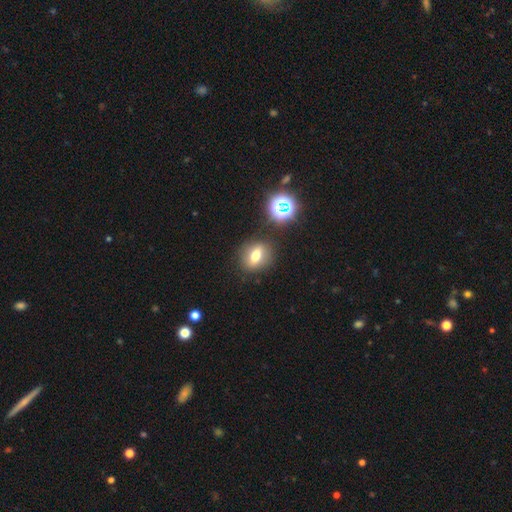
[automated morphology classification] Smooth or featured?
  - smooth: 62% *
  - featured or disk: 21%
  - star or artifact: 16%
How rounded?
  - in between: 51% *
  - round: 45%
  - cigar-shaped: 4%
Merging?
  - none: 83% *
  - minor disturbance: 10%
  - merger: 4%
  - major disturbance: 3%